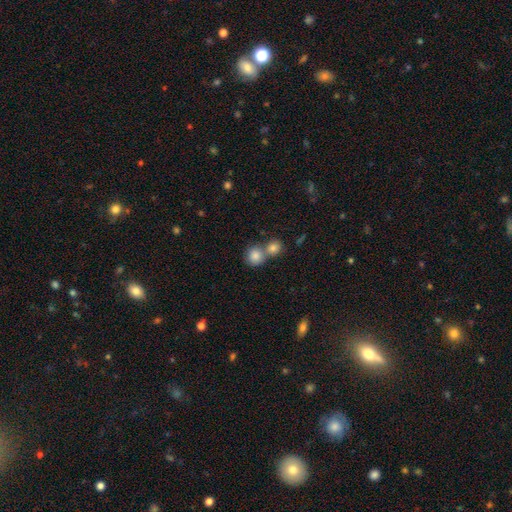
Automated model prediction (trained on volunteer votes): smooth 83%, star or artifact 9%, featured or disk 8%. Down the decision tree: how rounded — round (84%); merging — merger (48%).